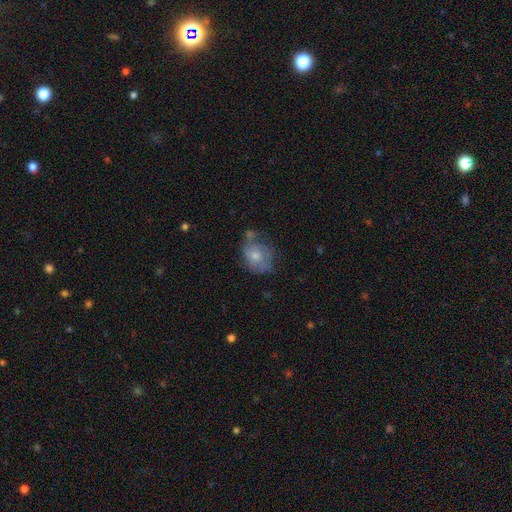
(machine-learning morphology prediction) type=smooth (57%); roundness=in between (50%); merging=none (40%).